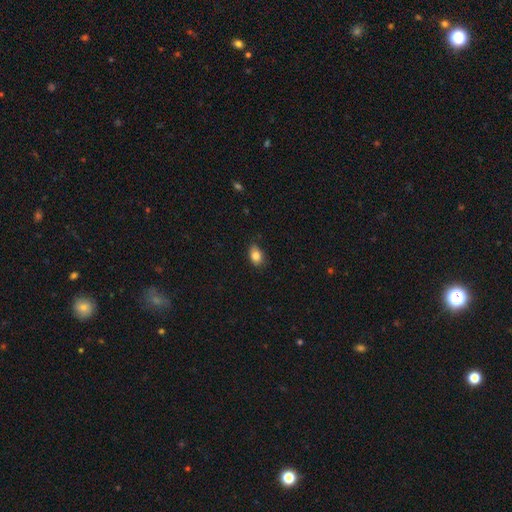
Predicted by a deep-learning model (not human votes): Morphology: type=smooth (84%); roundness=in between (80%); merging=none (76%).